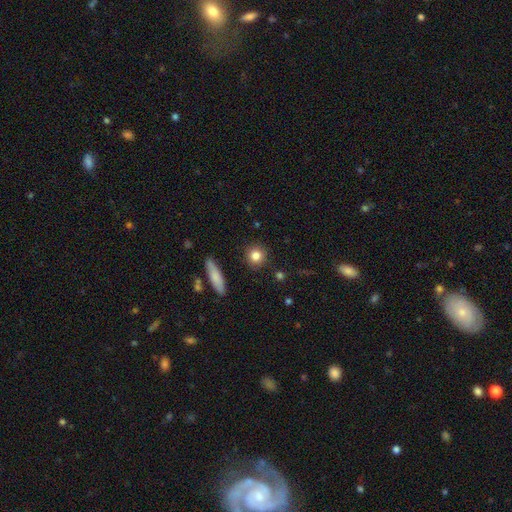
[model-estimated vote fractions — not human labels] Smooth or featured: smooth — 83% (star or artifact — 9%)
How rounded: round — 88% (in between — 10%)
Merging: none — 89% (minor disturbance — 7%)